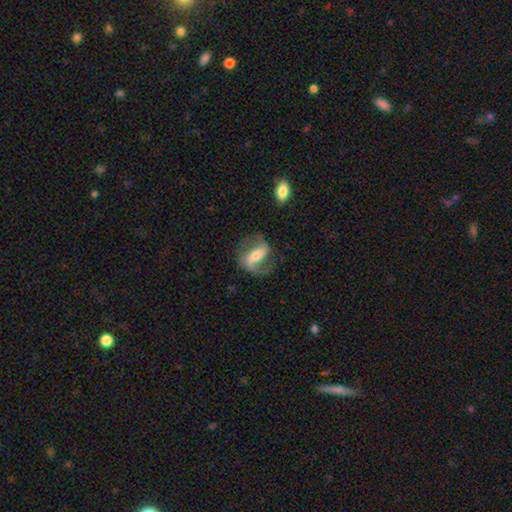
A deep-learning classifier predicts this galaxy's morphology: This is likely a featured or disk galaxy (78%). It is clearly not viewed edge-on (94%). Bar: possibly strong (50%). Spiral arm pattern: clearly yes (90%). Spiral arm count: clearly 2 (82%). Spiral winding: possibly loose (51%). Central bulge: possibly moderate (57%). Merging: likely none (69%).